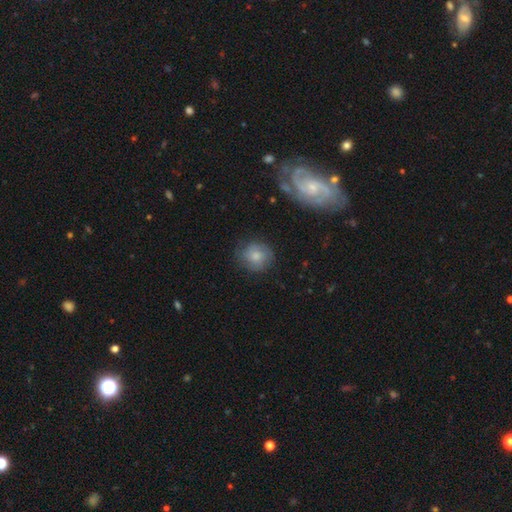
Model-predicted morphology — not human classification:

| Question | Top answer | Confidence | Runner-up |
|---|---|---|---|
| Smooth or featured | smooth | 69% | featured or disk (24%) |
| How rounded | round | 84% | in between (15%) |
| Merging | none | 75% | minor disturbance (18%) |